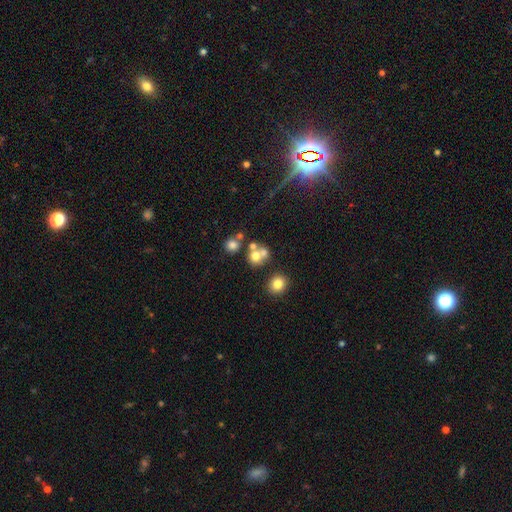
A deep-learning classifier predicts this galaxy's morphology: Smooth or featured?
  - smooth: 66% *
  - featured or disk: 19%
  - star or artifact: 16%
How rounded?
  - round: 80% *
  - in between: 19%
  - cigar-shaped: 1%
Merging?
  - merger: 44% *
  - none: 43%
  - minor disturbance: 8%
  - major disturbance: 5%